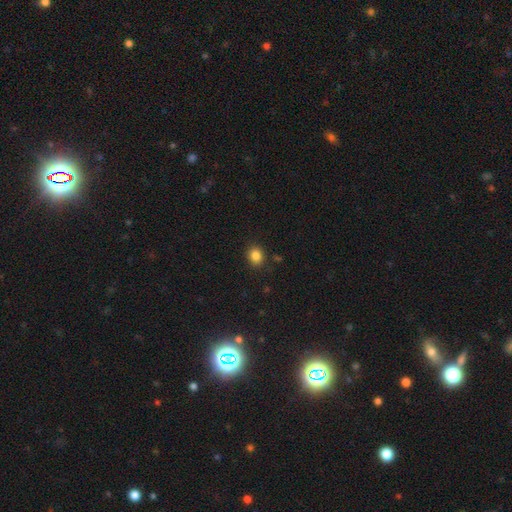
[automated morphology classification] Q: Smooth or featured?
A: smooth (84%); runner-up: star or artifact (11%)
Q: How rounded?
A: round (67%); runner-up: in between (32%)
Q: Merging?
A: none (88%); runner-up: minor disturbance (8%)